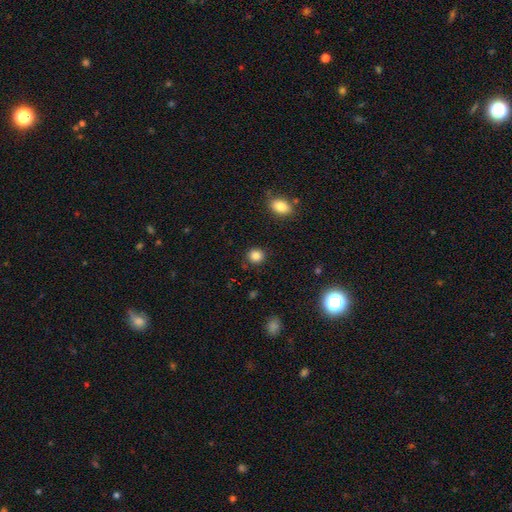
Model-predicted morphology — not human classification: This appears to be a smooth galaxy with no disk features (85%) that is round (86%). Merging: none (87%).